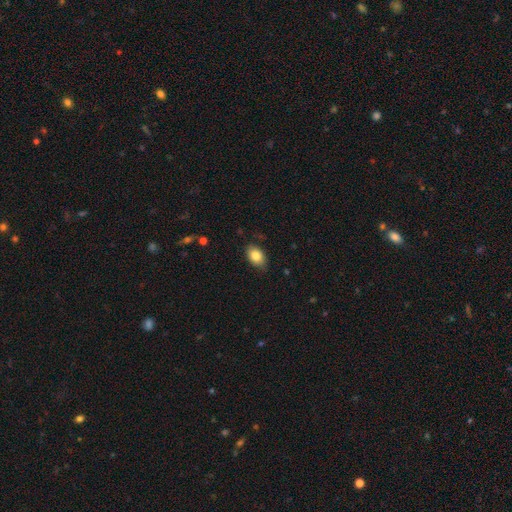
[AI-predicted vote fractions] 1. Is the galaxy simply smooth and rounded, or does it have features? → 84% smooth, 9% featured or disk, 8% star or artifact.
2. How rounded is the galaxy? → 85% in between, 13% round, 1% cigar-shaped.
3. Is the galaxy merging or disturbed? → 82% none, 14% minor disturbance, 2% major disturbance, 1% merger.